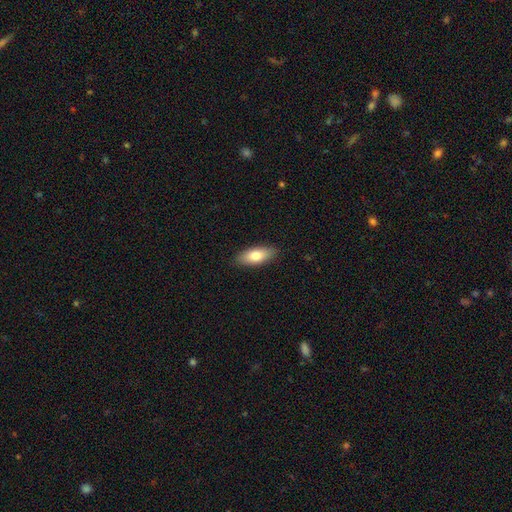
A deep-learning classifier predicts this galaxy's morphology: Smooth or featured? smooth (76%)
How rounded? in between (80%)
Merging? none (88%)